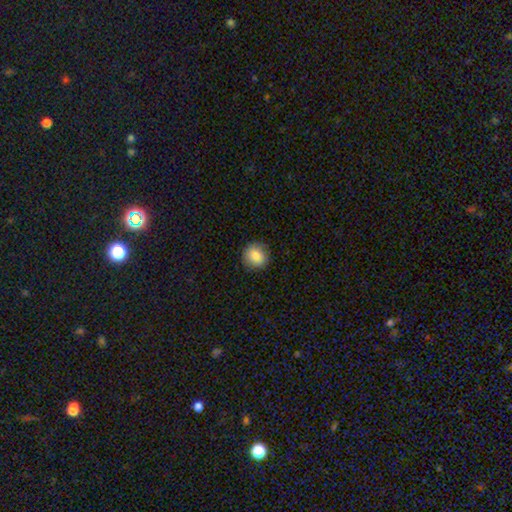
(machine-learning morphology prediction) Smooth or featured?
  - smooth: 85% *
  - star or artifact: 9%
  - featured or disk: 7%
How rounded?
  - round: 88% *
  - in between: 11%
  - cigar-shaped: 1%
Merging?
  - none: 88% *
  - minor disturbance: 8%
  - major disturbance: 2%
  - merger: 1%